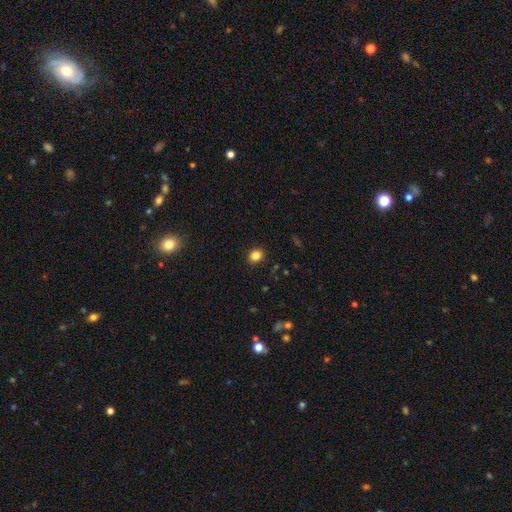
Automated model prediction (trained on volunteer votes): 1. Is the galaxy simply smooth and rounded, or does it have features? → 84% smooth, 11% star or artifact, 5% featured or disk.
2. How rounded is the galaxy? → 62% round, 37% in between, 1% cigar-shaped.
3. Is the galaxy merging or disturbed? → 89% none, 8% minor disturbance, 2% major disturbance, 1% merger.